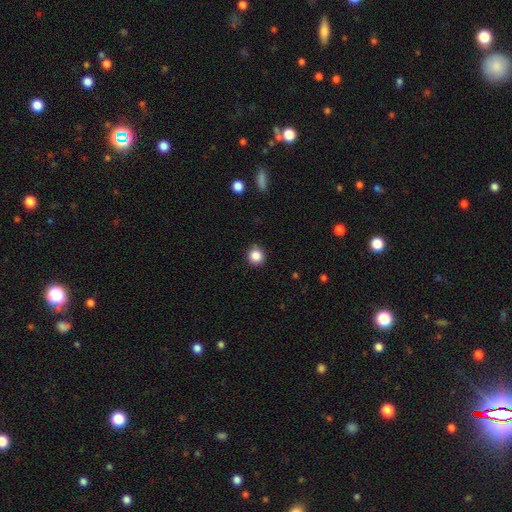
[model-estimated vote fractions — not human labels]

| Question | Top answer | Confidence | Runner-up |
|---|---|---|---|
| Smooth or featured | smooth | 86% | star or artifact (10%) |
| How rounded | round | 90% | in between (9%) |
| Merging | none | 88% | minor disturbance (9%) |